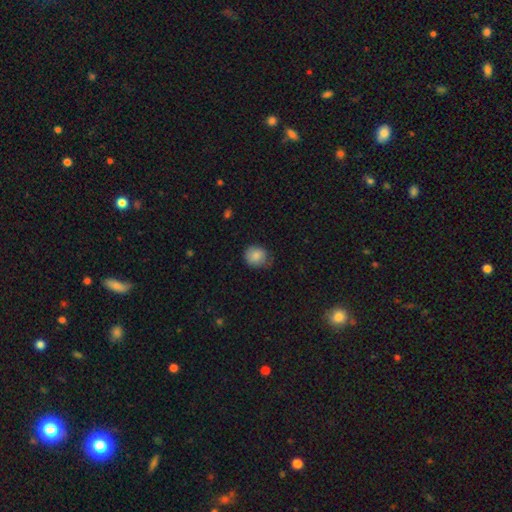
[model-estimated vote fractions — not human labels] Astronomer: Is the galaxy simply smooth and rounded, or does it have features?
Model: smooth — 82%.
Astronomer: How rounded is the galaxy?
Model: round — 74%.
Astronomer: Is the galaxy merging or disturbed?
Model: none — 60%.